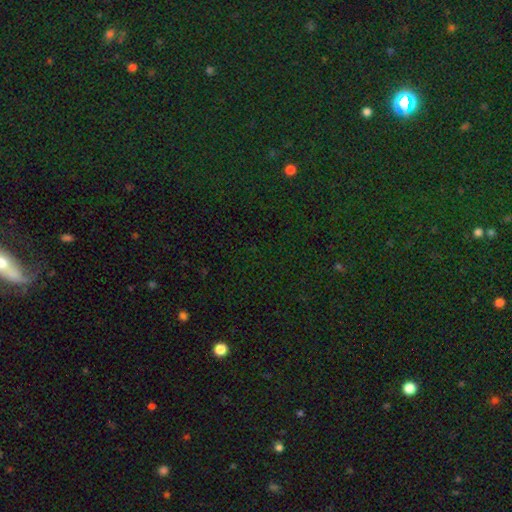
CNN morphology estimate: Overall: star or artifact (77%).